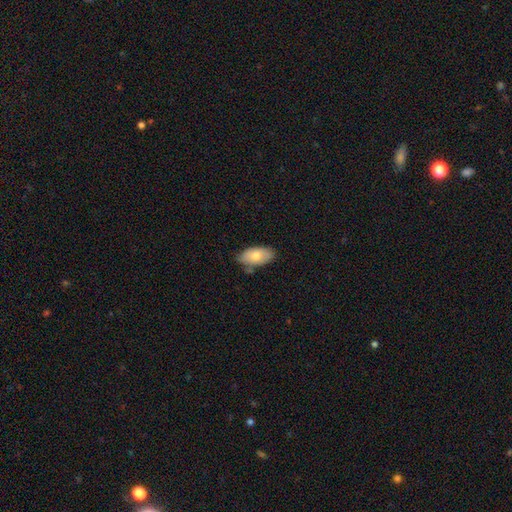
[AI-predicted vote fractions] Smooth or featured: smooth — 74% (featured or disk — 19%)
How rounded: in between — 93% (cigar-shaped — 3%)
Merging: none — 71% (minor disturbance — 21%)